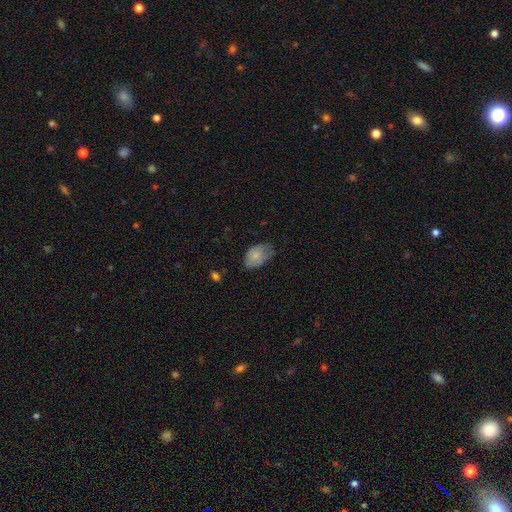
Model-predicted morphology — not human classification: Smooth or featured? Predicted: smooth (p=0.69). How rounded? Predicted: in between (p=0.88). Merging? Predicted: none (p=0.46).